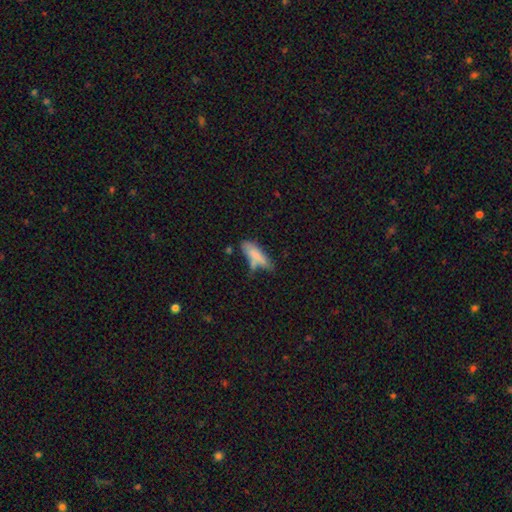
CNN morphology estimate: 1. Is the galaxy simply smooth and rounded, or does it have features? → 74% smooth, 18% featured or disk, 8% star or artifact.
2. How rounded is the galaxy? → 51% cigar-shaped, 46% in between, 2% round.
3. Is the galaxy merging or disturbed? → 41% none, 26% minor disturbance, 19% merger, 14% major disturbance.